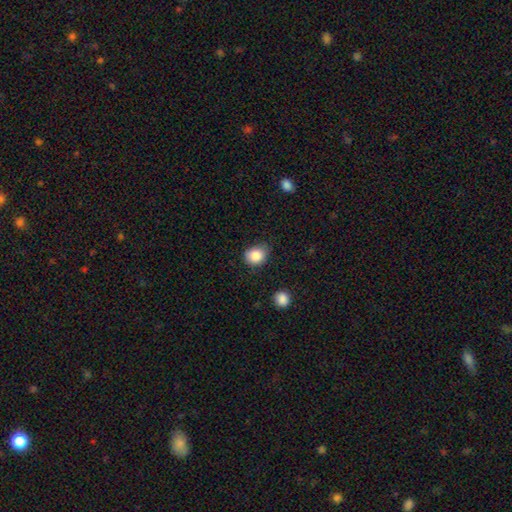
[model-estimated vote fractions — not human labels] Smooth or featured? Predicted: smooth (p=0.85). How rounded? Predicted: round (p=0.58). Merging? Predicted: none (p=0.69).